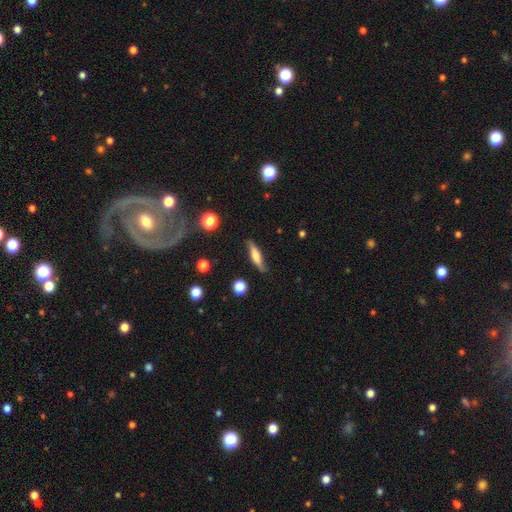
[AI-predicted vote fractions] Morphology: type=smooth (47%); merging=none (75%).